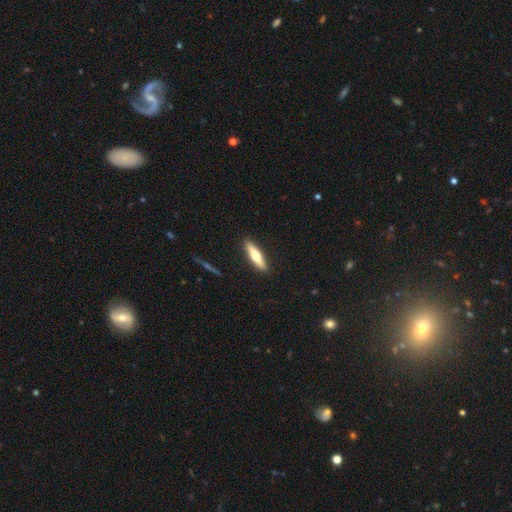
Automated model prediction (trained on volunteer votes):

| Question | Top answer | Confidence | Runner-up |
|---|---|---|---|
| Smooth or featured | smooth | 54% | featured or disk (41%) |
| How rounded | cigar-shaped | 72% | in between (26%) |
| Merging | none | 90% | minor disturbance (7%) |